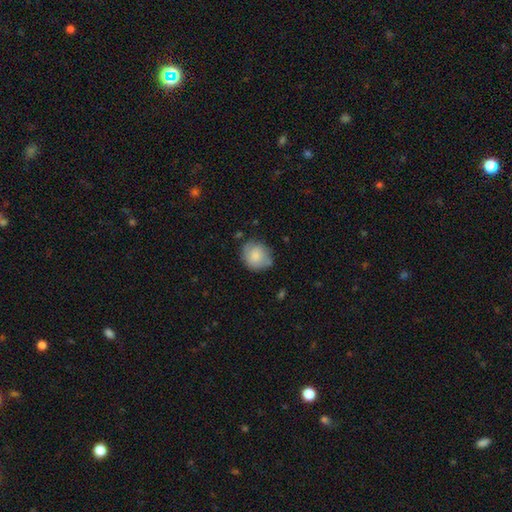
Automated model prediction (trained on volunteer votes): Smooth or featured? Predicted: smooth (p=0.79). How rounded? Predicted: round (p=0.78). Merging? Predicted: none (p=0.67).